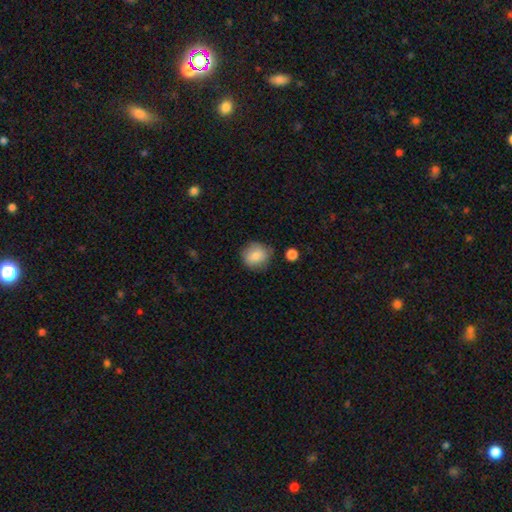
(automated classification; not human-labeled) The model was most divided on "merging": none: 76%, minor disturbance: 17%, major disturbance: 4%, merger: 3%. More confident: how rounded — round (87%); smooth or featured — smooth (82%).